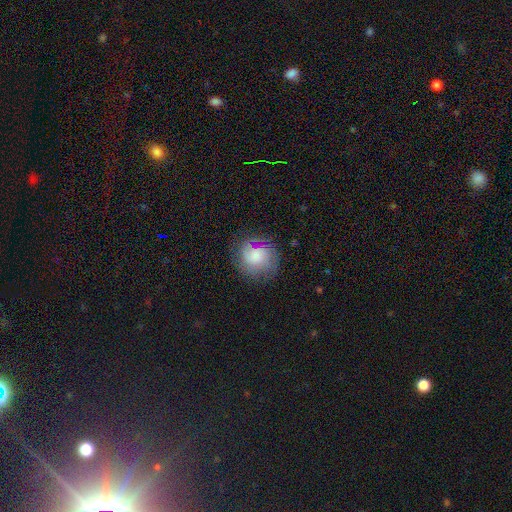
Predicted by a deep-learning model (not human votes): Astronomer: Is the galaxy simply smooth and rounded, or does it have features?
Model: featured or disk — 50% (runner-up: smooth, 40%).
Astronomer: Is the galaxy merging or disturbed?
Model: none — 70%.